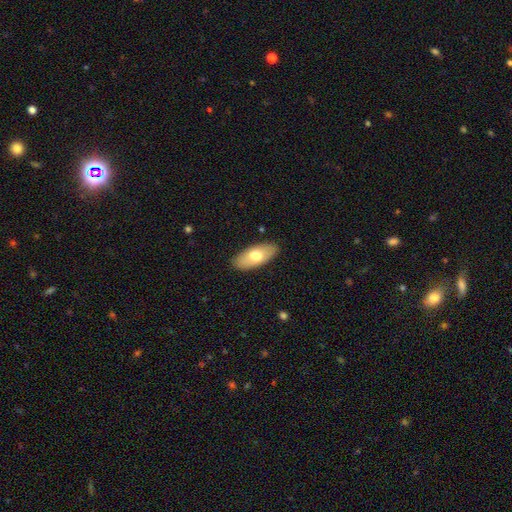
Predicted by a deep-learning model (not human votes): This appears to be a smooth galaxy with no disk features (68%) that is in between round and cigar-shaped (88%). Merging: none (88%).